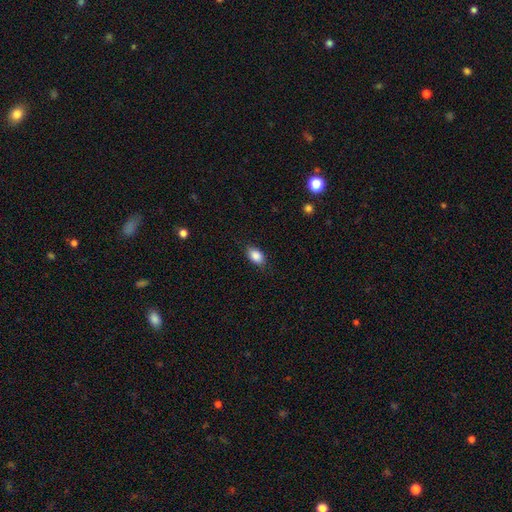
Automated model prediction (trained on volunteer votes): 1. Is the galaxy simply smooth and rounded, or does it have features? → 88% smooth, 8% star or artifact, 5% featured or disk.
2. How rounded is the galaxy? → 88% in between, 11% round, 2% cigar-shaped.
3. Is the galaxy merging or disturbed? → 83% none, 13% minor disturbance, 3% major disturbance, 1% merger.